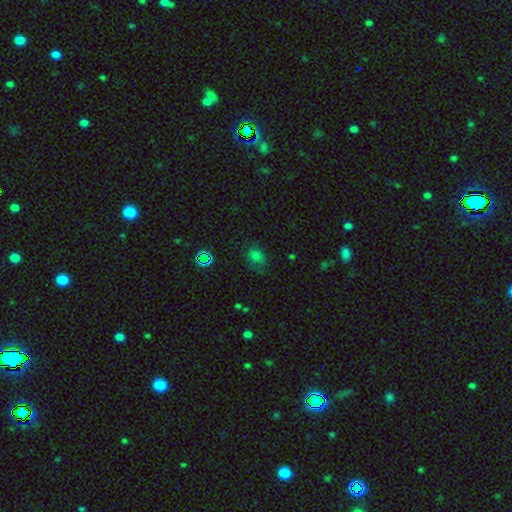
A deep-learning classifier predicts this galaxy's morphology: smooth_or_featured: smooth (p=0.65) [alt: star or artifact p=0.28]
how_rounded: round (p=0.52) [alt: in between p=0.46]
merging: none (p=0.60) [alt: minor disturbance p=0.26]